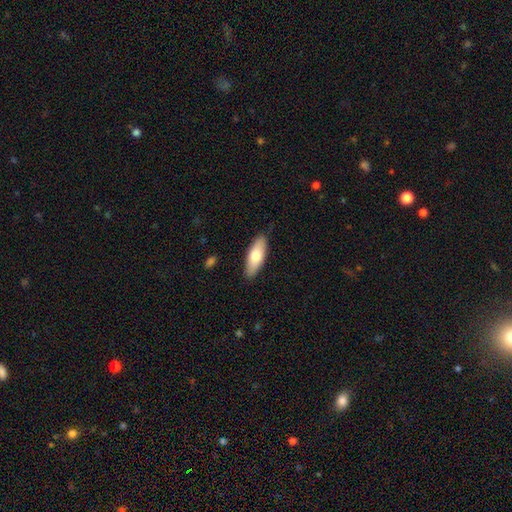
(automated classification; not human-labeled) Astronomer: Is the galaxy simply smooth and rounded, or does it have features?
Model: smooth — 74%.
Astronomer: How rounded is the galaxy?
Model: in between — 66%.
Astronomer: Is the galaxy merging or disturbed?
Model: none — 87%.